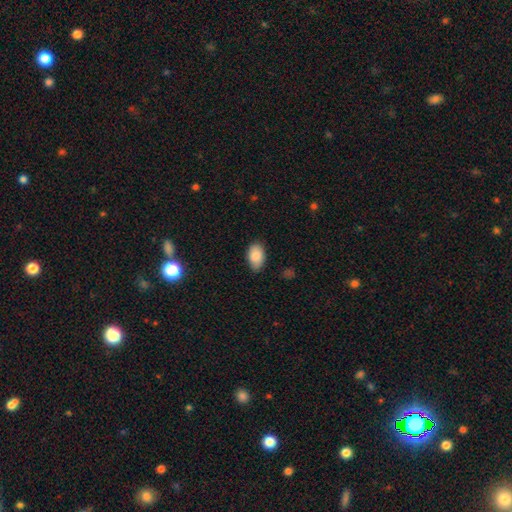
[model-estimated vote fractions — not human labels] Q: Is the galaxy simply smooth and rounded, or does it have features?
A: smooth — 86%.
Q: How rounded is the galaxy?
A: in between — 92%.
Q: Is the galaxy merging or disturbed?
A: none — 77%.